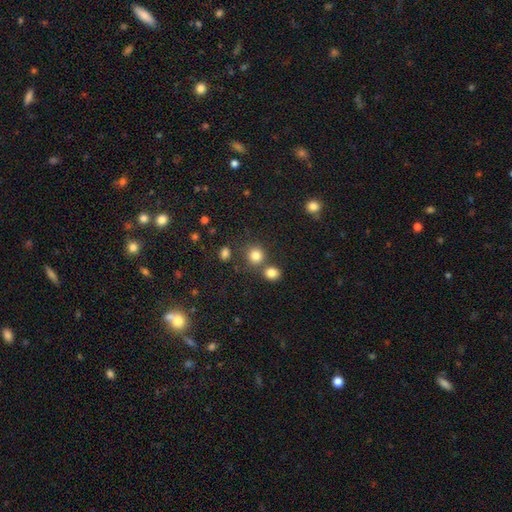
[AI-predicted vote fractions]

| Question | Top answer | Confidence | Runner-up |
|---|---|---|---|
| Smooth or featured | smooth | 81% | star or artifact (13%) |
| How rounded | round | 87% | in between (13%) |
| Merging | none | 68% | merger (20%) |